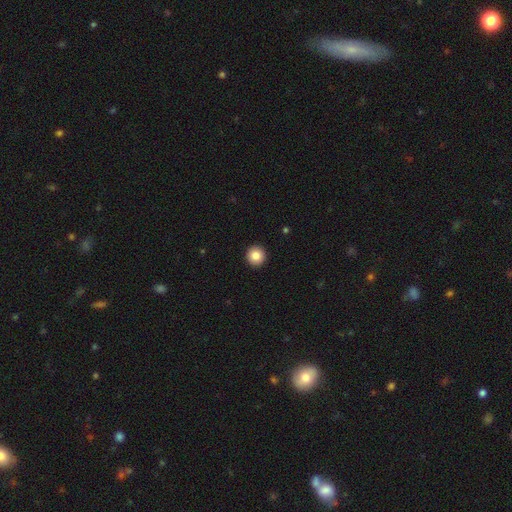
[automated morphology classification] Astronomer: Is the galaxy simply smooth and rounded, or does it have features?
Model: smooth — 85%.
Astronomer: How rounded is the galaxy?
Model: round — 94%.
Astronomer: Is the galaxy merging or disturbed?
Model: none — 94%.